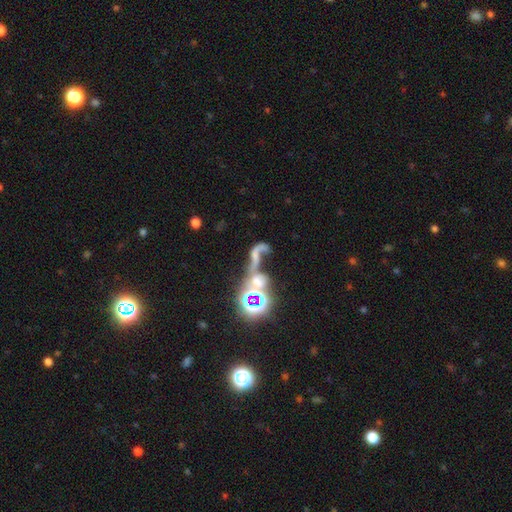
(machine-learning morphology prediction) Smooth or featured? Predicted: featured or disk (p=0.39). Merging? Predicted: merger (p=0.53).